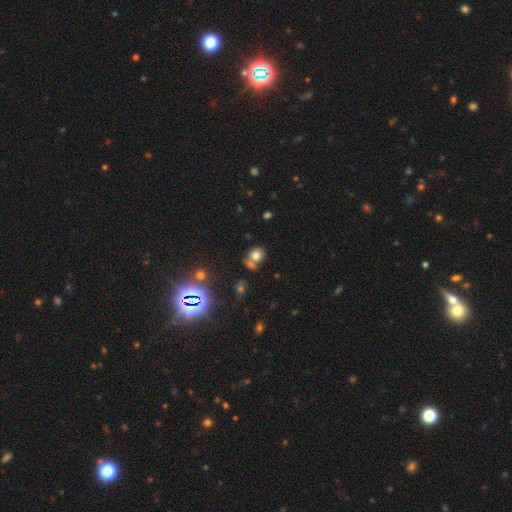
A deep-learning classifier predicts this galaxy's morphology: A smooth galaxy with no disk features (70%) that is round (63%).

Vote fractions:
- Smooth or featured? smooth: 70% / star or artifact: 18% / featured or disk: 12%
- How rounded? round: 63% / in between: 36% / cigar-shaped: 1%
- Merging? none: 52% / merger: 32% / minor disturbance: 12% / major disturbance: 4%